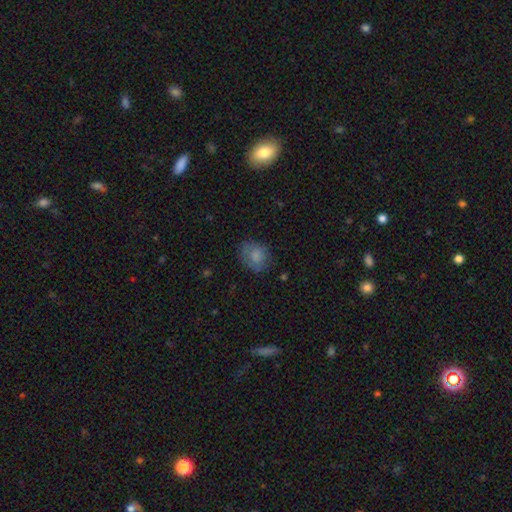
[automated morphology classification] smooth_or_featured: smooth (p=0.78) [alt: featured or disk p=0.13]
how_rounded: round (p=0.57) [alt: in between p=0.42]
merging: none (p=0.66) [alt: minor disturbance p=0.24]